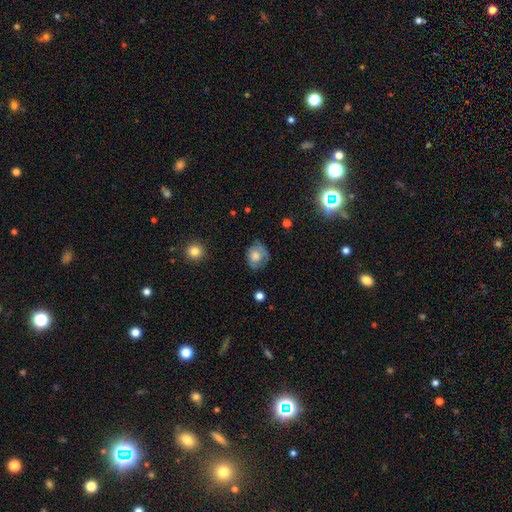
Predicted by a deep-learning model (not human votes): Smooth or featured: smooth — 60% (featured or disk — 31%)
How rounded: round — 61% (in between — 38%)
Merging: none — 61% (minor disturbance — 27%)